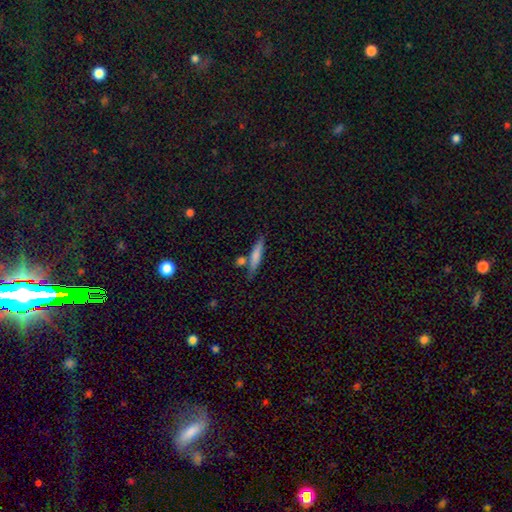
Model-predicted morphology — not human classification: smooth 71%, featured or disk 23%, star or artifact 6%. Down the decision tree: how rounded — cigar-shaped (86%); merging — none (66%).